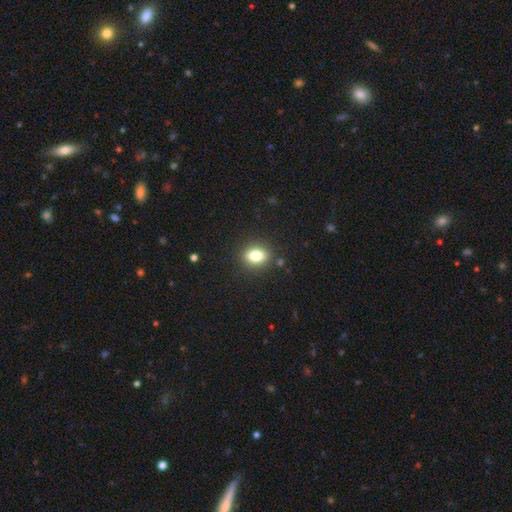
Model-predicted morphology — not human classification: smooth 79%, star or artifact 10%, featured or disk 10%. Down the decision tree: how rounded — in between (63%); merging — none (88%).